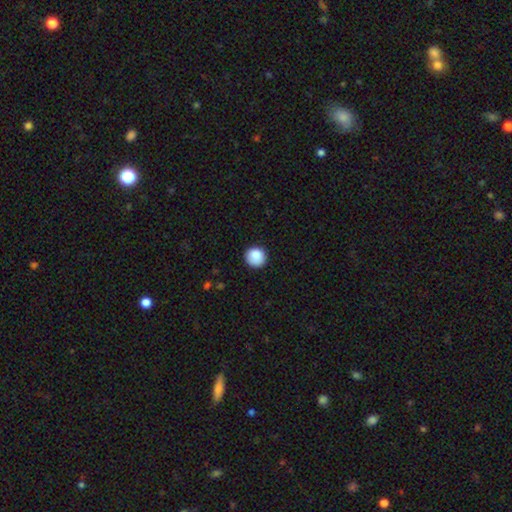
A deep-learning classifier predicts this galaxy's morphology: A smooth galaxy with no disk features (87%) that is round (93%).

Vote fractions:
- Smooth or featured? smooth: 87% / star or artifact: 9% / featured or disk: 5%
- How rounded? round: 93% / in between: 6% / cigar-shaped: 1%
- Merging? none: 86% / minor disturbance: 10% / major disturbance: 2% / merger: 1%